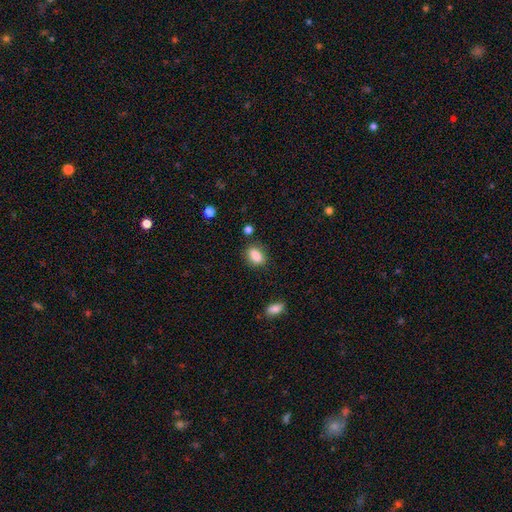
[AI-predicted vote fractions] Smooth or featured: smooth — 87% (star or artifact — 8%)
How rounded: in between — 83% (round — 14%)
Merging: none — 79% (minor disturbance — 14%)